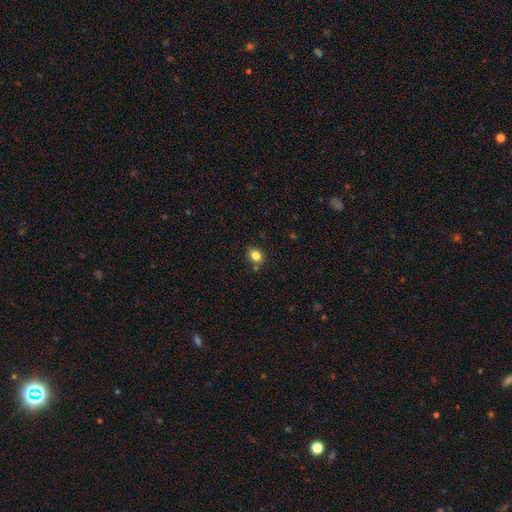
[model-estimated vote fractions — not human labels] Overall: smooth (83%). How rounded: round (54%; in between 45%). Merging: none (82%).